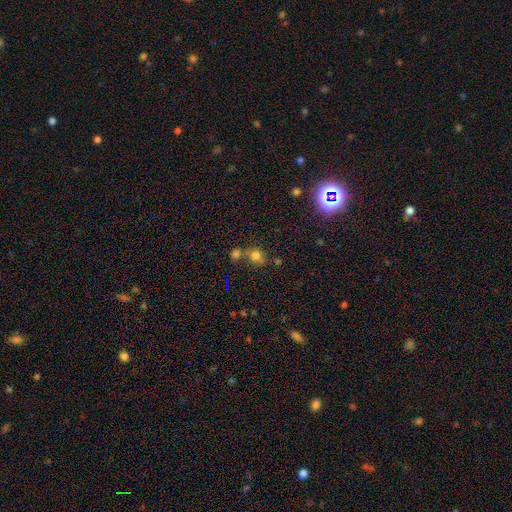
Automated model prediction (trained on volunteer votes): A smooth galaxy with no disk features (73%) that is round (68%). Merging: none (53%).